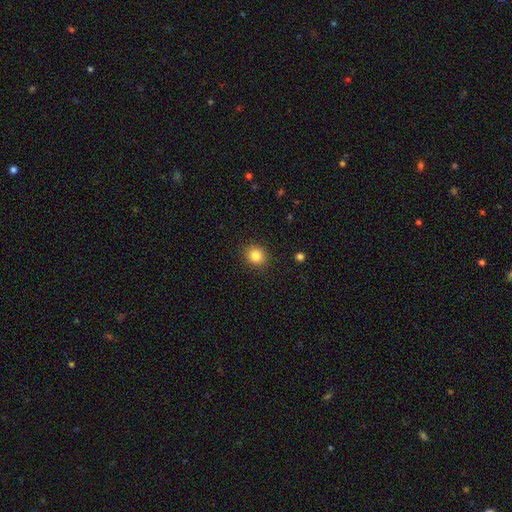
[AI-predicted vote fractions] Morphology: type=smooth (84%); roundness=round (80%); merging=none (90%).